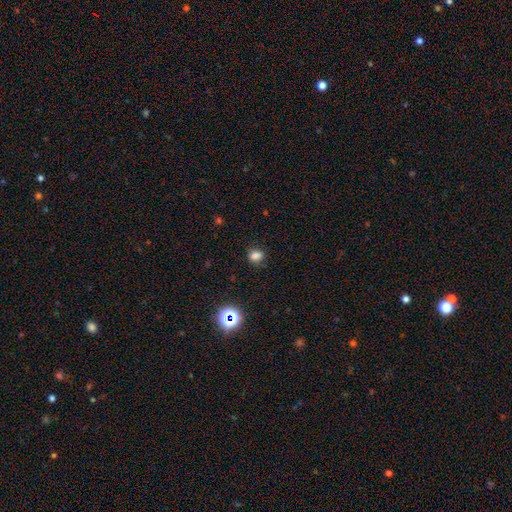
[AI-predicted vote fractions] smooth-or-featured: smooth: 78% | star or artifact: 16% | featured or disk: 6%
  how-rounded: in between: 53% | round: 46% | cigar-shaped: 2%
  merging: none: 77% | minor disturbance: 16% | major disturbance: 4% | merger: 3%